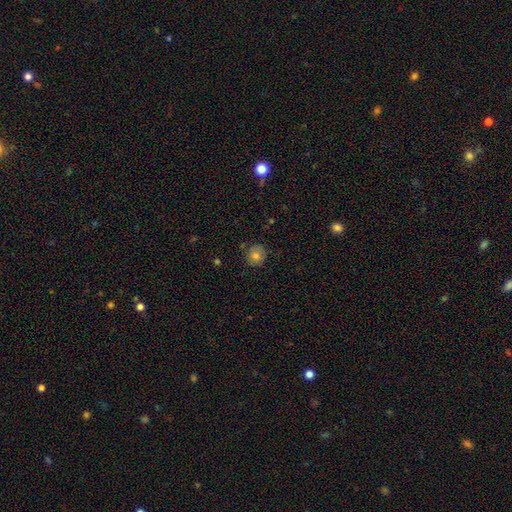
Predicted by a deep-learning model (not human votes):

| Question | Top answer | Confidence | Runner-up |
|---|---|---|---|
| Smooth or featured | smooth | 76% | featured or disk (13%) |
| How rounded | round | 86% | in between (13%) |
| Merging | none | 81% | minor disturbance (14%) |